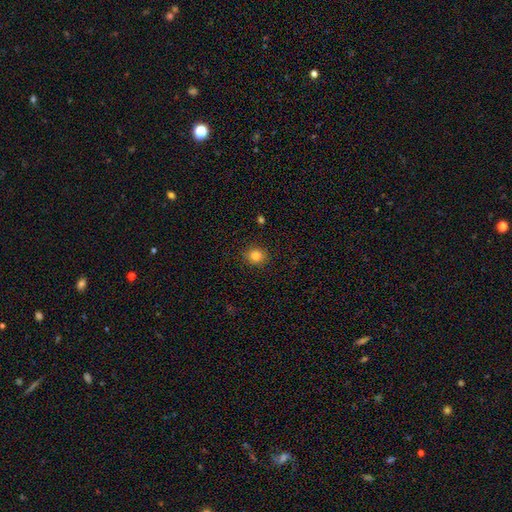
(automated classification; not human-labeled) A smooth galaxy with no disk features (83%) that is round (82%).

Vote fractions:
- Smooth or featured? smooth: 83% / star or artifact: 12% / featured or disk: 5%
- How rounded? round: 82% / in between: 17% / cigar-shaped: 1%
- Merging? none: 90% / minor disturbance: 7% / major disturbance: 2% / merger: 1%